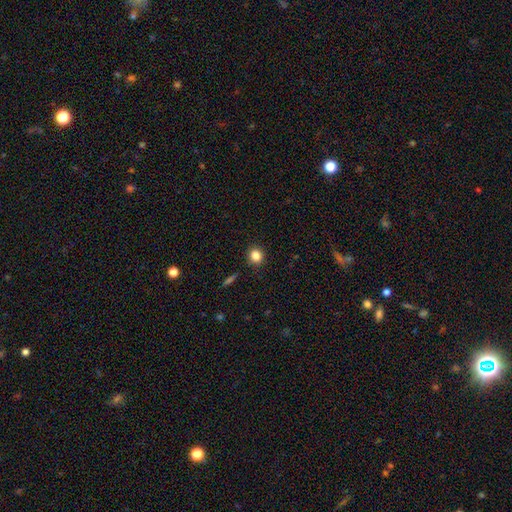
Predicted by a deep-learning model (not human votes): smooth_or_featured: smooth (p=0.83) [alt: star or artifact p=0.12]
how_rounded: round (p=0.86) [alt: in between p=0.12]
merging: none (p=0.90) [alt: minor disturbance p=0.07]